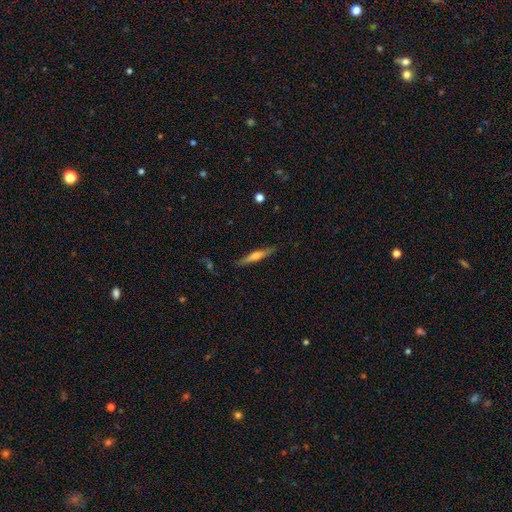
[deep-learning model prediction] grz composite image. It shows a featured or disk galaxy (55%) viewed edge-on (96%) with a rounded central bulge (74%). Merging: none (87%).